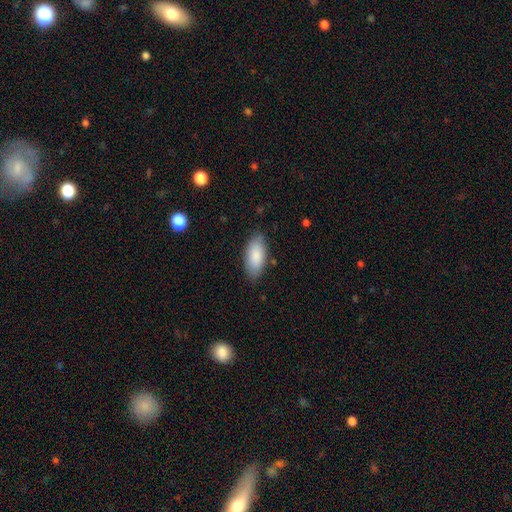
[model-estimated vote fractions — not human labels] Smooth or featured: smooth — 87% (featured or disk — 8%)
How rounded: in between — 89% (cigar-shaped — 9%)
Merging: none — 82% (minor disturbance — 13%)